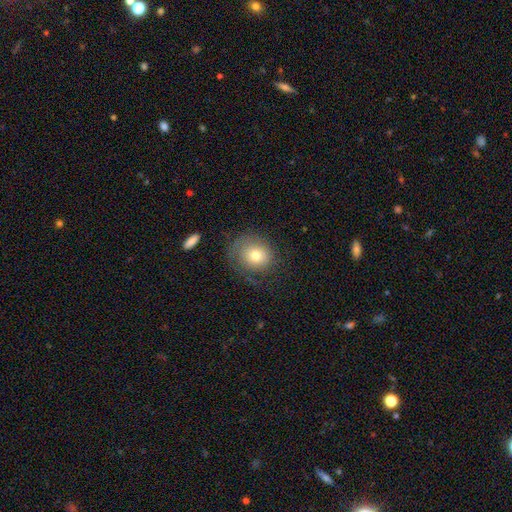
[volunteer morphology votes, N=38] Smooth or featured: smooth — 74% (featured or disk — 18%)
How rounded: round — 89% (in between — 11%)
Merging: none — 60% (major disturbance — 23%)